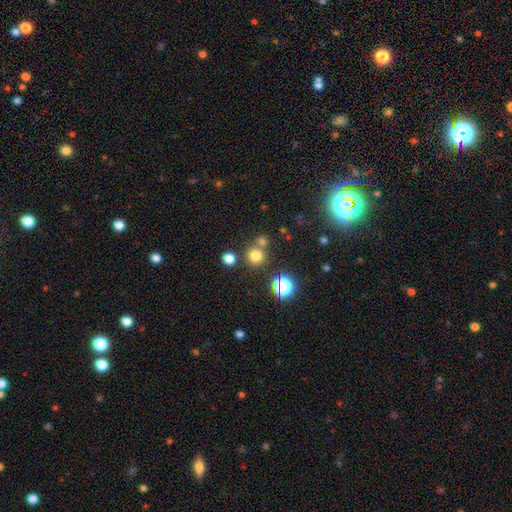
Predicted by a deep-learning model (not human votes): Q: Smooth or featured?
A: smooth (72%); runner-up: star or artifact (21%)
Q: How rounded?
A: round (92%); runner-up: in between (7%)
Q: Merging?
A: none (71%); runner-up: merger (19%)